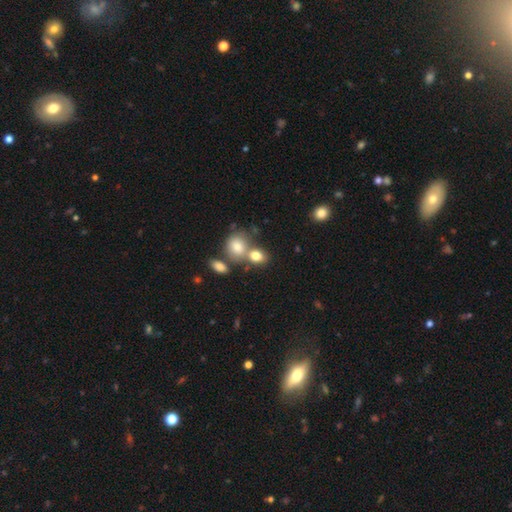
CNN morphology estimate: type=smooth (78%); roundness=in between (56%); merging=merger (44%).